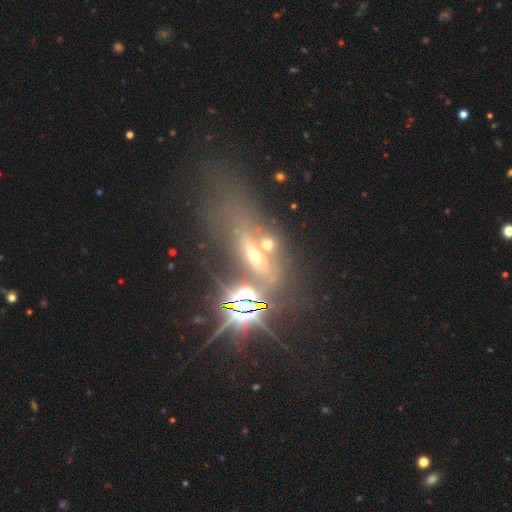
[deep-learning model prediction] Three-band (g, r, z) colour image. It shows a star or artifact, not a galaxy (40%).